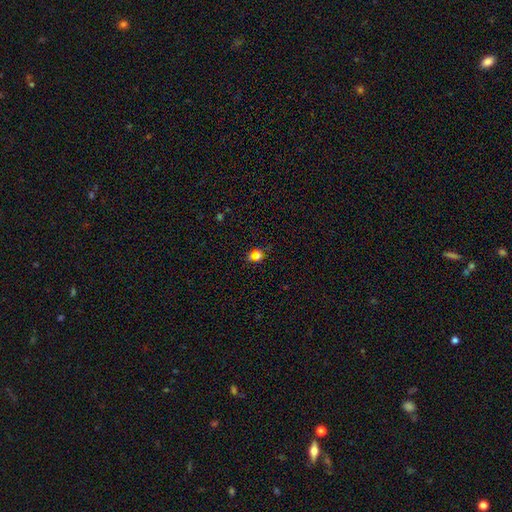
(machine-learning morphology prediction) Smooth or featured: smooth — 66% (star or artifact — 20%)
How rounded: round — 59% (in between — 39%)
Merging: none — 53% (minor disturbance — 20%)